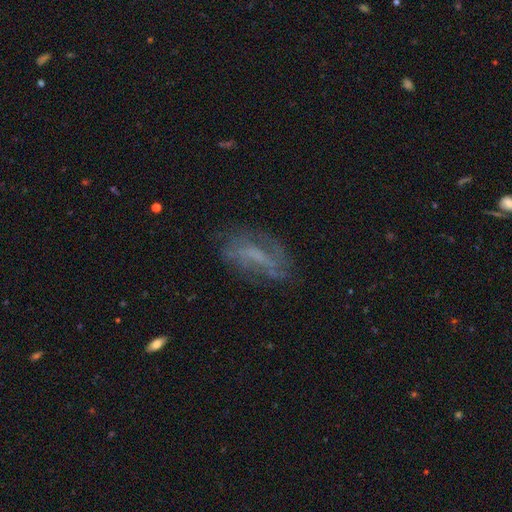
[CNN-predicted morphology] Smooth or featured? featured or disk (56%)
Edge-on disk? no (89%)
Merging? none (59%)